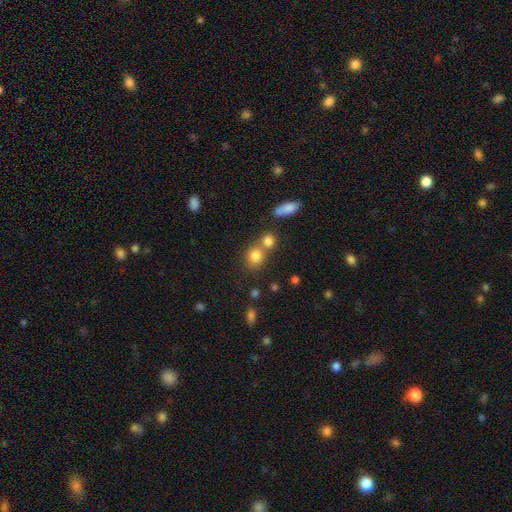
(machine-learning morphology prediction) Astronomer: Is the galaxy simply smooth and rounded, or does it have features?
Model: smooth — 80%.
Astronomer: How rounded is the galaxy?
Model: round — 75%.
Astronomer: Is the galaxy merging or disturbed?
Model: none — 50% (runner-up: merger, 38%).